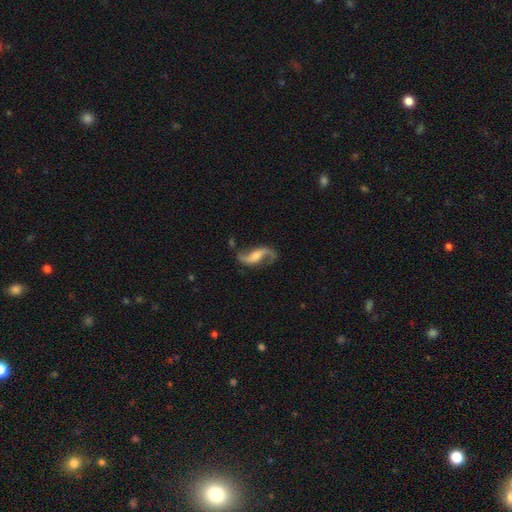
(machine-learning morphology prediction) smooth-or-featured: featured or disk: 86% | smooth: 8% | star or artifact: 5%
  disk-edge-on: no: 96% | yes: 4%
    bar: weak: 40% | no: 39% | strong: 22%
    has-spiral-arms: yes: 96% | no: 4%
      spiral-winding: loose: 79% | medium: 17% | tight: 4%
      spiral-arm-count: 2: 91% | 1: 5% | can't tell: 2% | 3: 1% | 4: 1% | more than 4: 1%
    bulge-size: moderate: 35% | small: 32% | none: 20% | large: 10% | dominant: 2%
  merging: none: 70% | minor disturbance: 16% | major disturbance: 10% | merger: 4%